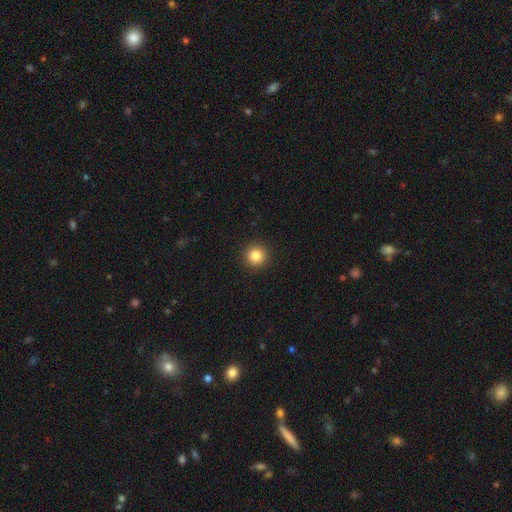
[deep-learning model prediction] This appears to be a smooth galaxy with no disk features (85%) that is round (95%). Merging: none (93%).